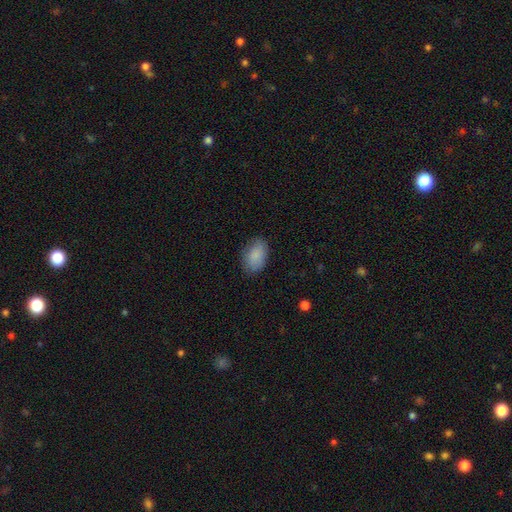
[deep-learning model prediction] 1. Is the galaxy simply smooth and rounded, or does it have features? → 87% smooth, 7% star or artifact, 6% featured or disk.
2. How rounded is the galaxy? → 89% in between, 9% round, 1% cigar-shaped.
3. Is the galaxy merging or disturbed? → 80% none, 15% minor disturbance, 3% major disturbance, 1% merger.